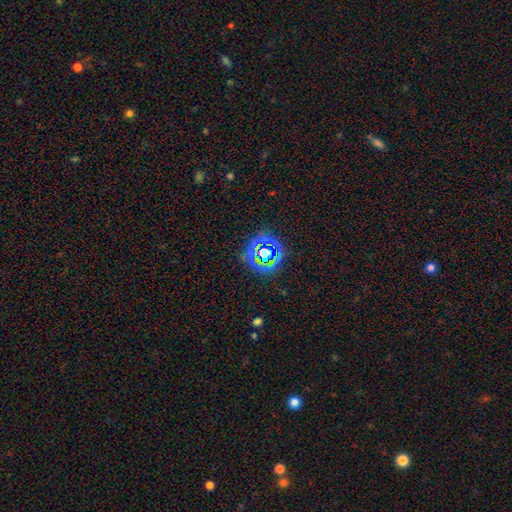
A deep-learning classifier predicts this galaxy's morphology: This appears to be a star or artifact, not a galaxy (71%).